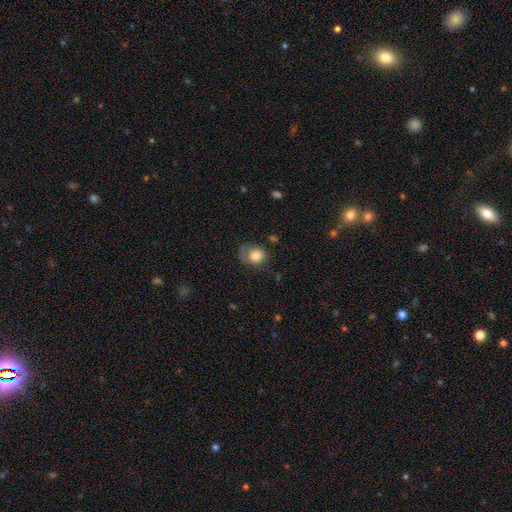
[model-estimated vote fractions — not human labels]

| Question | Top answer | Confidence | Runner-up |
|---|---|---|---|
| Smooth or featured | smooth | 79% | featured or disk (12%) |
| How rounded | round | 68% | in between (31%) |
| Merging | none | 48% | minor disturbance (29%) |